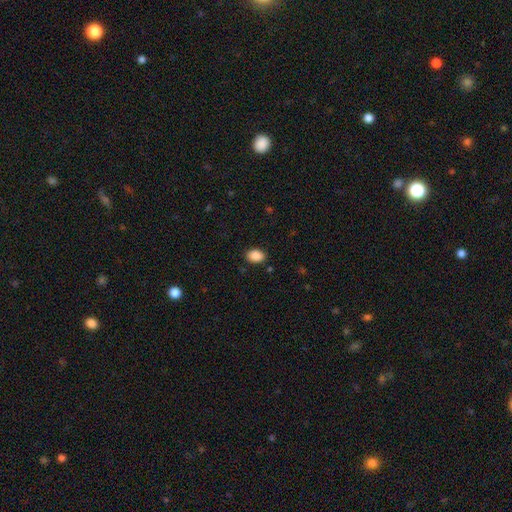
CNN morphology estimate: smooth-or-featured: smooth: 89% | star or artifact: 8% | featured or disk: 3%
  how-rounded: in between: 80% | round: 19% | cigar-shaped: 1%
  merging: none: 87% | minor disturbance: 9% | major disturbance: 2% | merger: 1%